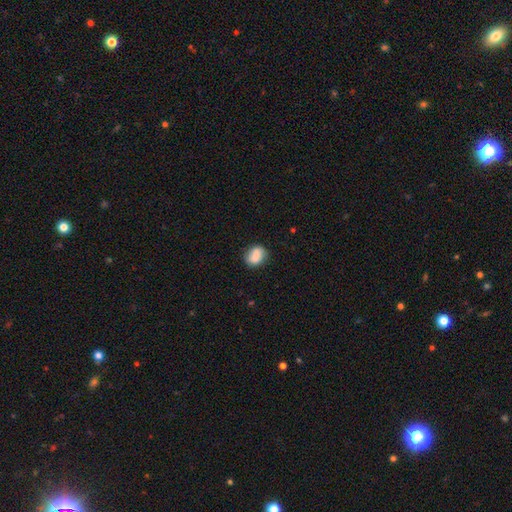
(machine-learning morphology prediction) smooth 82%, featured or disk 11%, star or artifact 8%. Down the decision tree: how rounded — in between (58%); merging — none (77%).